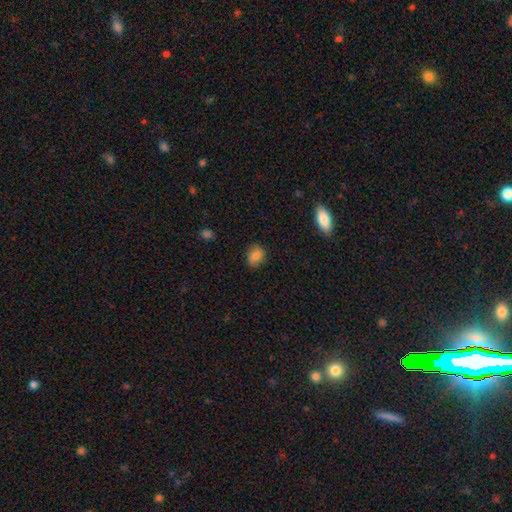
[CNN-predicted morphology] This is clearly a smooth galaxy (83%). How rounded: possibly in between (57%). Merging: clearly none (80%).